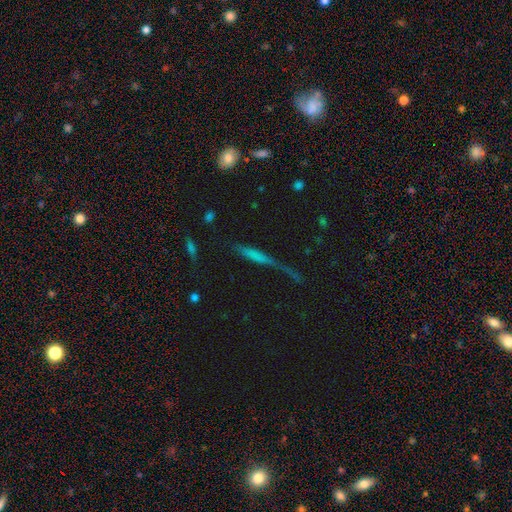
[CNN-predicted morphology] type=smooth (56%); roundness=cigar-shaped (86%); merging=none (46%).